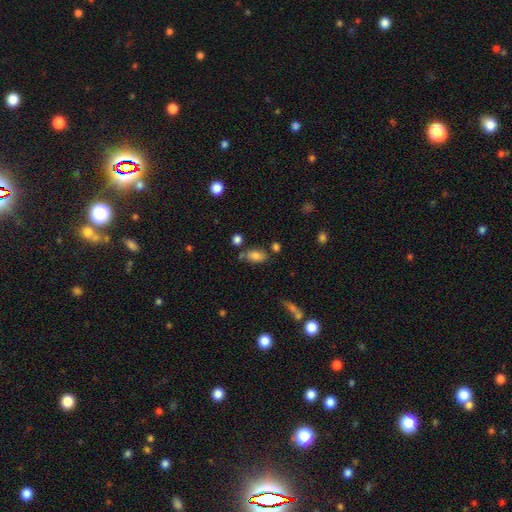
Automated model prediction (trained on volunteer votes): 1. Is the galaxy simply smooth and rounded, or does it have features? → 79% smooth, 11% featured or disk, 10% star or artifact.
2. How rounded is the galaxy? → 88% in between, 7% round, 4% cigar-shaped.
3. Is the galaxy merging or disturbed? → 64% none, 18% minor disturbance, 12% merger, 5% major disturbance.